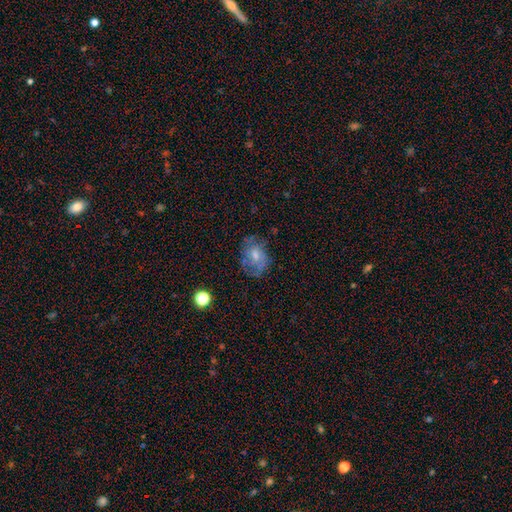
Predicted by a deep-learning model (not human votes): Overall: featured or disk (45%, tied with smooth). Merging: none (55%; minor disturbance 26%).